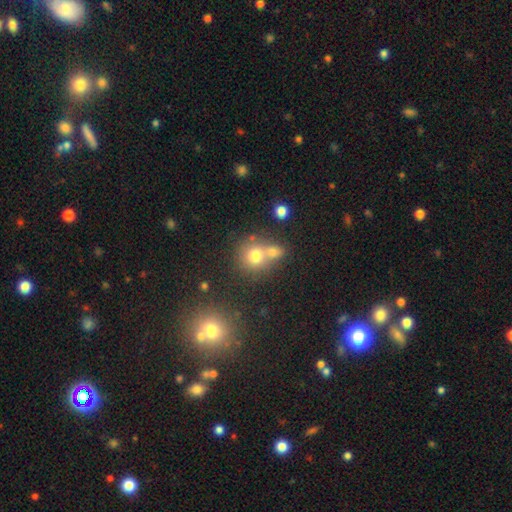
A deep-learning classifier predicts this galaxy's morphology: Smooth or featured?
  - smooth: 72% *
  - star or artifact: 14%
  - featured or disk: 14%
How rounded?
  - round: 82% *
  - in between: 17%
  - cigar-shaped: 1%
Merging?
  - merger: 49% *
  - none: 39%
  - minor disturbance: 8%
  - major disturbance: 4%